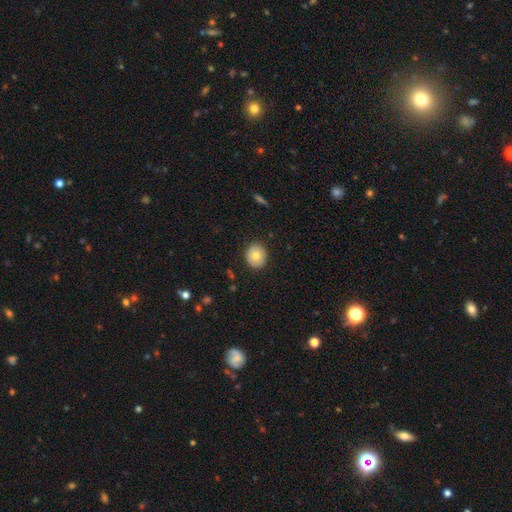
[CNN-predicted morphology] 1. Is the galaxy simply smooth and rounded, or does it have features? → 74% smooth, 18% featured or disk, 8% star or artifact.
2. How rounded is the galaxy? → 72% round, 28% in between, 1% cigar-shaped.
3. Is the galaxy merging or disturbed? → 88% none, 9% minor disturbance, 2% major disturbance, 1% merger.